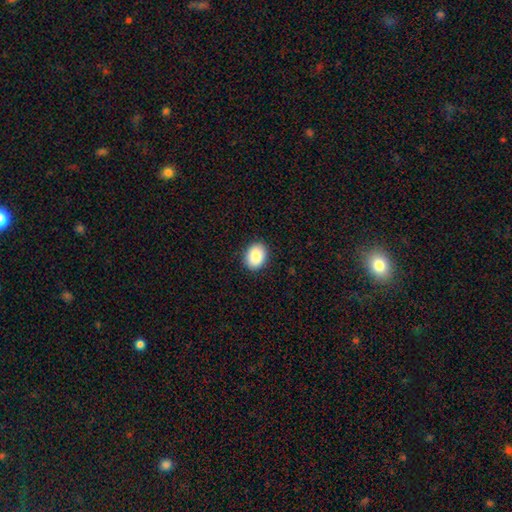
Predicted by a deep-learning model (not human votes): Smooth or featured?
  - smooth: 87% *
  - star or artifact: 8%
  - featured or disk: 5%
How rounded?
  - in between: 61% *
  - round: 38%
  - cigar-shaped: 1%
Merging?
  - none: 90% *
  - minor disturbance: 7%
  - major disturbance: 2%
  - merger: 1%